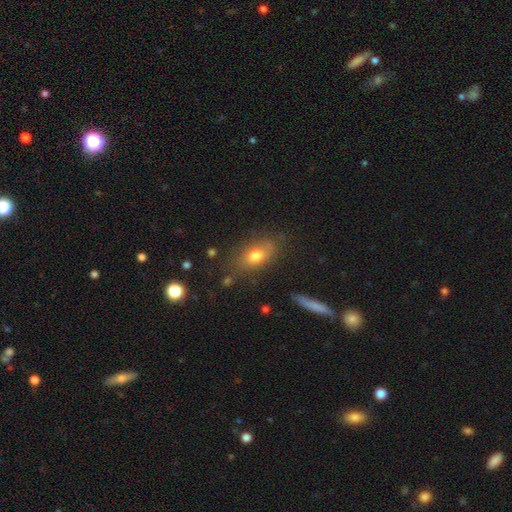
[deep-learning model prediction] Smooth or featured? Predicted: smooth (p=0.72). How rounded? Predicted: in between (p=0.80). Merging? Predicted: none (p=0.71).